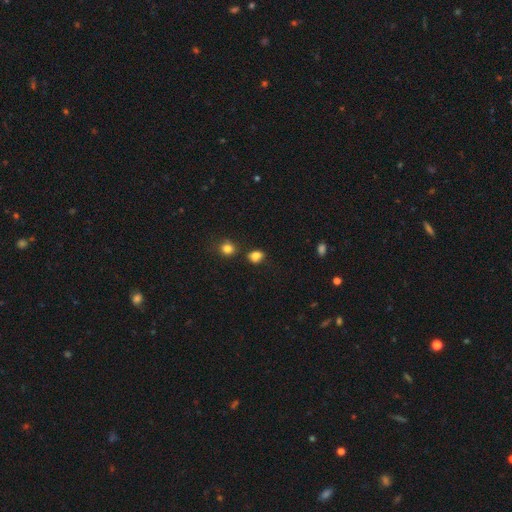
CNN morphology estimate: This appears to be a smooth galaxy with no disk features (82%) that is in between round and cigar-shaped (54%). Merging: none (67%).